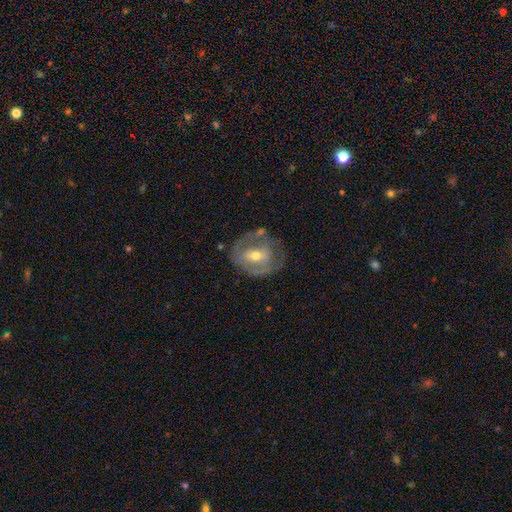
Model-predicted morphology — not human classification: This appears to be a featured or disk galaxy (68%) with a weak bar (40%), spiral arms (52%) and a moderate central bulge (63%). Merging: none (60%).